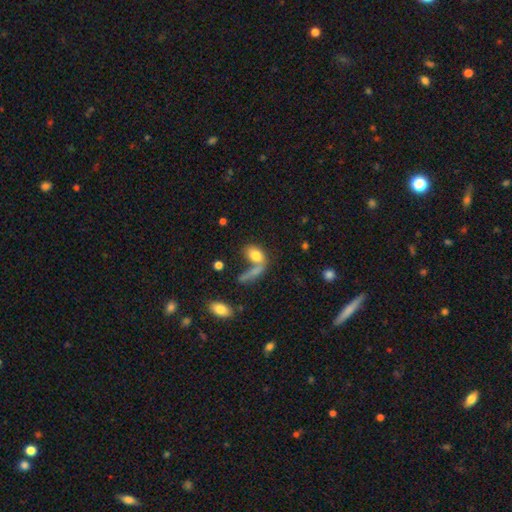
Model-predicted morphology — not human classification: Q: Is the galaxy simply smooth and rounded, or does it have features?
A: smooth — 77%.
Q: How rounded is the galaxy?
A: in between — 81%.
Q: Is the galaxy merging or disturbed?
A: merger — 43%.